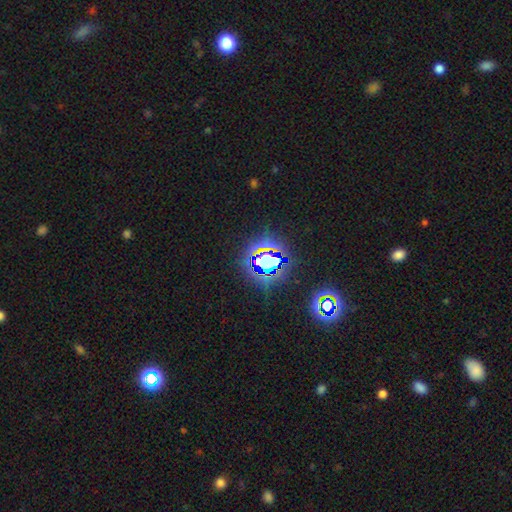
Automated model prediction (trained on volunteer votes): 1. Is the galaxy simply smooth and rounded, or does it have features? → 73% star or artifact, 16% smooth, 11% featured or disk.